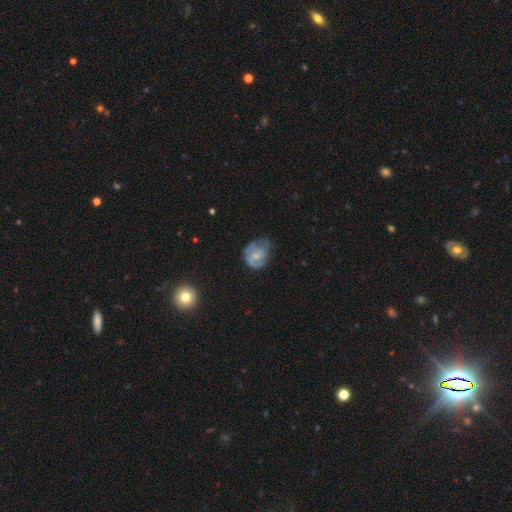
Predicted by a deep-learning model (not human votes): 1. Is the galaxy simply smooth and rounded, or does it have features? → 56% featured or disk, 36% smooth, 8% star or artifact.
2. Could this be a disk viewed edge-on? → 97% no, 3% yes.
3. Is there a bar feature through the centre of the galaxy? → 64% no, 31% weak, 5% strong.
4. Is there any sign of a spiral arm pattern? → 75% yes, 25% no.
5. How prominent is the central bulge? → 53% small, 37% moderate, 8% none, 2% large, 1% dominant.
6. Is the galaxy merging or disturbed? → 46% none, 33% minor disturbance, 19% major disturbance, 2% merger.